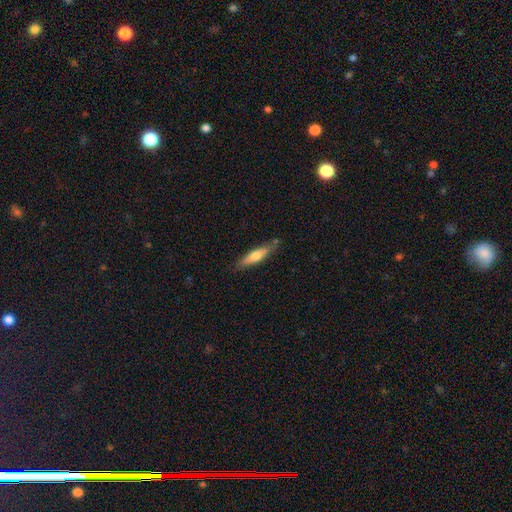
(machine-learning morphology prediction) smooth 59%, featured or disk 36%, star or artifact 6%. Down the decision tree: how rounded — cigar-shaped (75%); merging — none (78%).